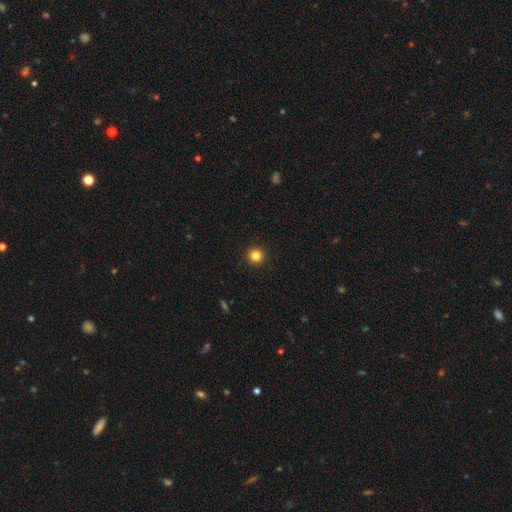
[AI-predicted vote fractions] This is clearly a smooth galaxy (84%). How rounded: clearly round (95%). Merging: clearly none (93%).